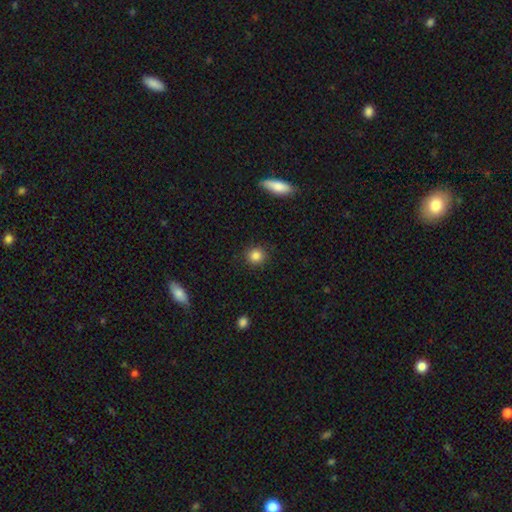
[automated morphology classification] smooth-or-featured: smooth: 85% | star or artifact: 10% | featured or disk: 5%
  how-rounded: round: 91% | in between: 8% | cigar-shaped: 1%
  merging: none: 91% | minor disturbance: 6% | major disturbance: 2% | merger: 1%